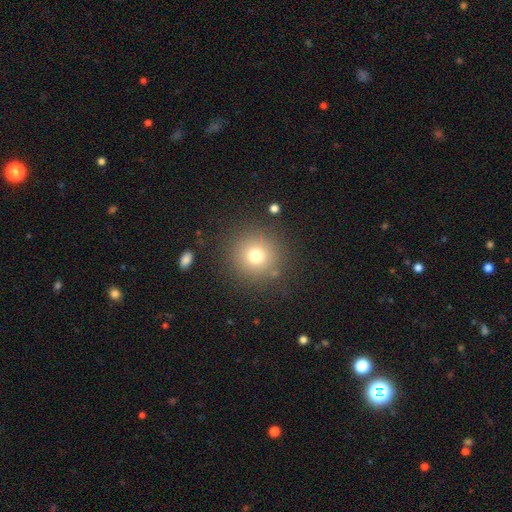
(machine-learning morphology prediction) Overall: smooth (74%). How rounded: round (94%). Merging: none (86%).